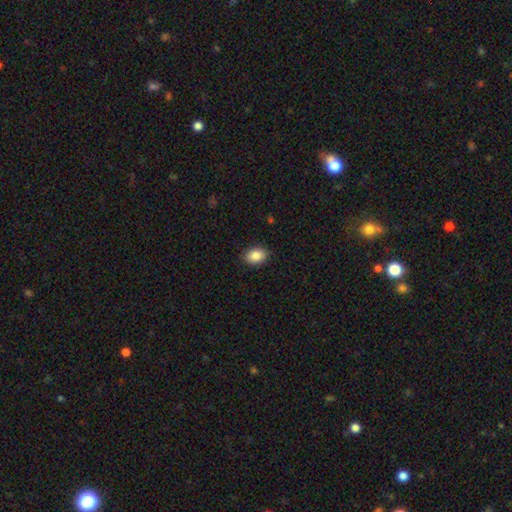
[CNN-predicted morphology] A smooth galaxy with no disk features (87%) that is in between round and cigar-shaped (77%). Merging: none (88%).